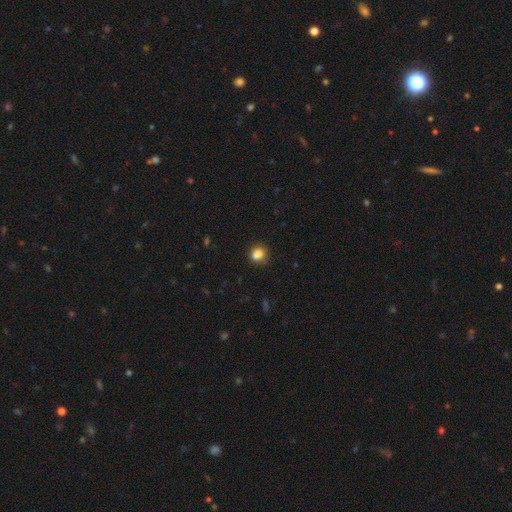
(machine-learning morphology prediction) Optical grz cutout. It shows a smooth galaxy with no disk features (82%) that is round (55%). Merging: none (71%).